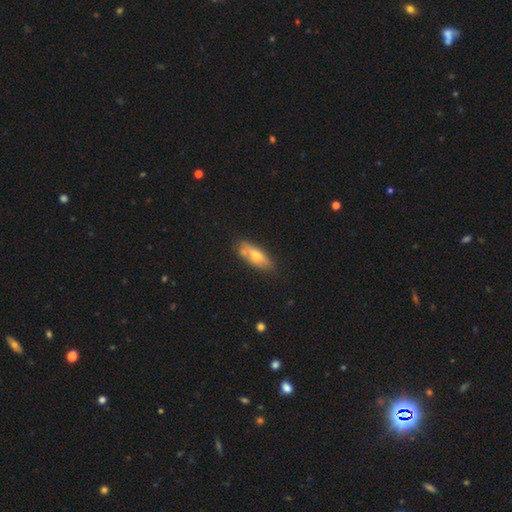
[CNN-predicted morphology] smooth_or_featured: smooth (p=0.59) [alt: featured or disk p=0.35]
how_rounded: in between (p=0.68) [alt: cigar-shaped p=0.29]
merging: none (p=0.66) [alt: minor disturbance p=0.21]